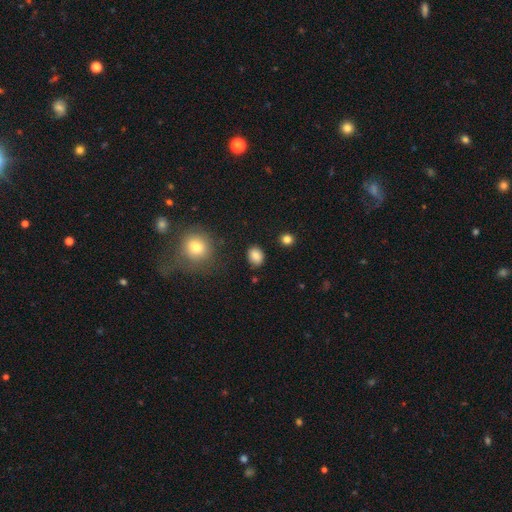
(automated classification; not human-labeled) smooth_or_featured: smooth (p=0.85) [alt: star or artifact p=0.10]
how_rounded: in between (p=0.56) [alt: round p=0.43]
merging: none (p=0.85) [alt: minor disturbance p=0.10]